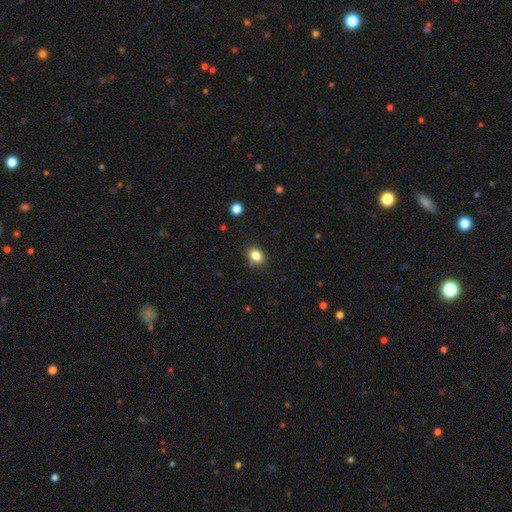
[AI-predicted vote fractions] A smooth galaxy with no disk features (84%) that is in between round and cigar-shaped (51%).

Vote fractions:
- Smooth or featured? smooth: 84% / star or artifact: 11% / featured or disk: 5%
- How rounded? in between: 51% / round: 48% / cigar-shaped: 1%
- Merging? none: 85% / minor disturbance: 11% / major disturbance: 2% / merger: 2%